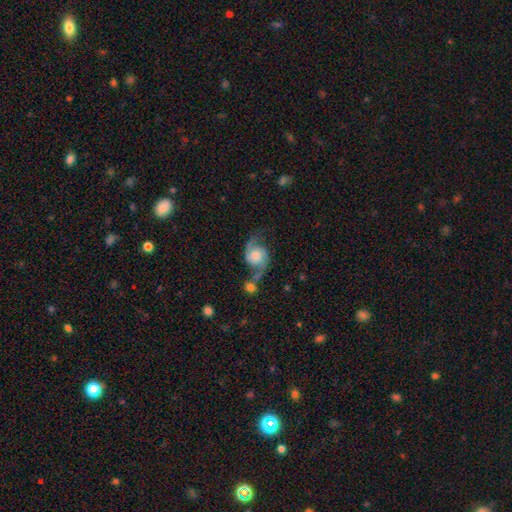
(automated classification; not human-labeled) featured or disk 83%, smooth 11%, star or artifact 6%. Down the decision tree: edge-on disk — no (98%); bar — no (70%); spiral arms — yes (96%); spiral arm count — 2 (93%); spiral winding — loose (50%); bulge size — moderate (43%); merging — none (53%).